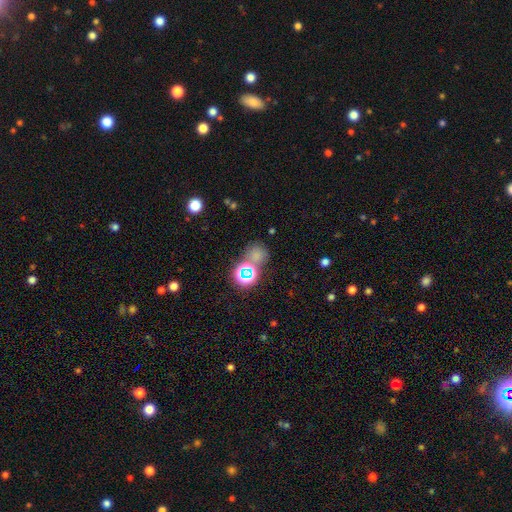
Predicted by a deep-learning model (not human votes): Q: Smooth or featured?
A: smooth (57%); runner-up: star or artifact (34%)
Q: How rounded?
A: round (77%); runner-up: in between (22%)
Q: Merging?
A: none (57%); runner-up: merger (22%)